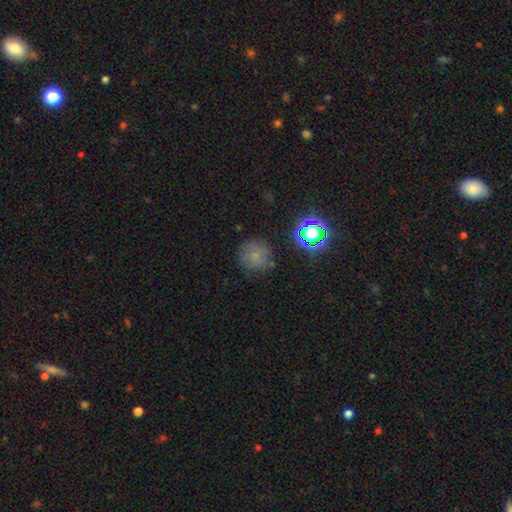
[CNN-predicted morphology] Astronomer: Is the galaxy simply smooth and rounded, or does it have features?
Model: smooth — 69%.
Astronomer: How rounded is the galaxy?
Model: round — 93%.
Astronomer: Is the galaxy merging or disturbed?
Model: none — 77%.